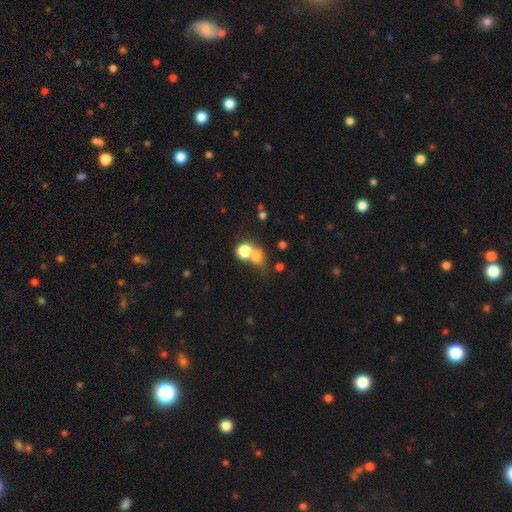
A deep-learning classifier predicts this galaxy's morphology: Smooth or featured? Predicted: smooth (p=0.73). How rounded? Predicted: round (p=0.68). Merging? Predicted: merger (p=0.50).